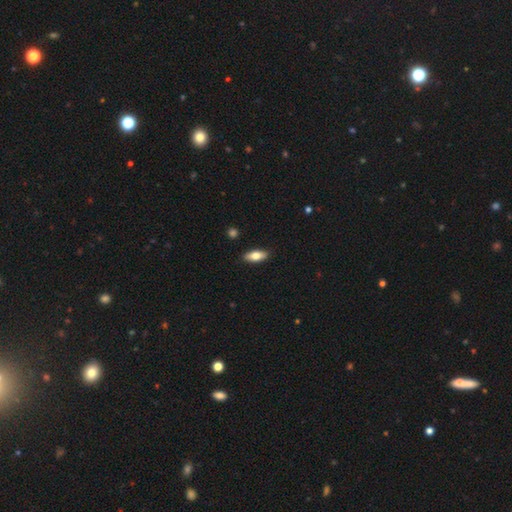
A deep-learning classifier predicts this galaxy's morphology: This appears to be a smooth galaxy with no disk features (73%) that is in between round and cigar-shaped (79%). Merging: none (89%).